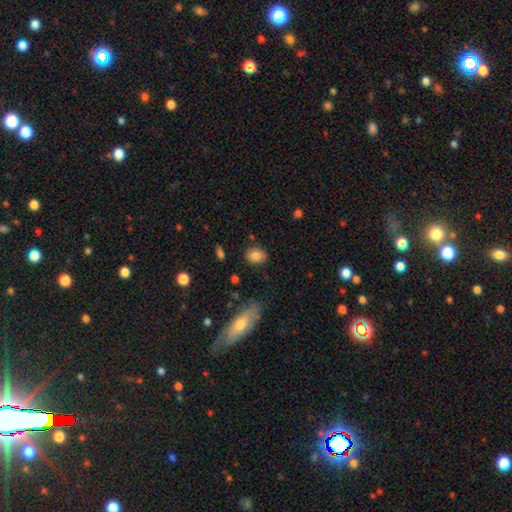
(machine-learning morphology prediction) A smooth galaxy with no disk features (83%) that is in between round and cigar-shaped (63%). Merging: none (83%).